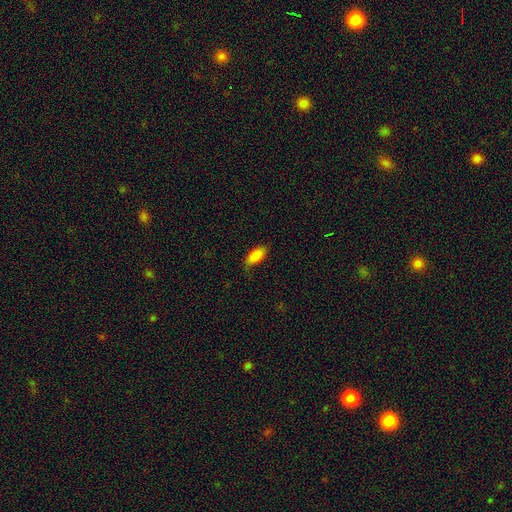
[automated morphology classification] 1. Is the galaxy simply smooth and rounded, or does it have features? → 85% smooth, 8% featured or disk, 7% star or artifact.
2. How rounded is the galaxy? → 86% in between, 12% cigar-shaped, 2% round.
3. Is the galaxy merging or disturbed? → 76% none, 19% minor disturbance, 3% major disturbance, 1% merger.